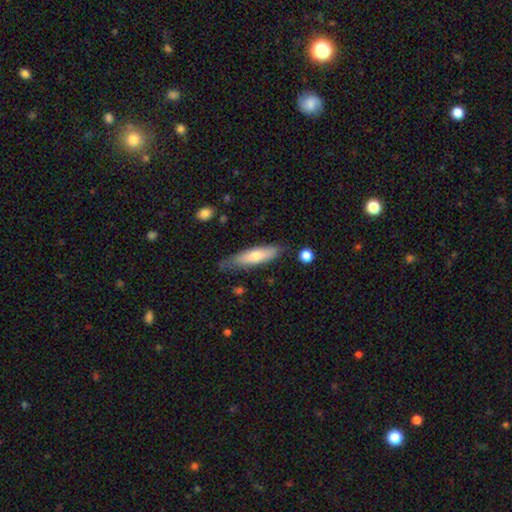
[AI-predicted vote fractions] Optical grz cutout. It shows a smooth galaxy with no disk features (64%) that is cigar-shaped (69%). Merging: none (73%).